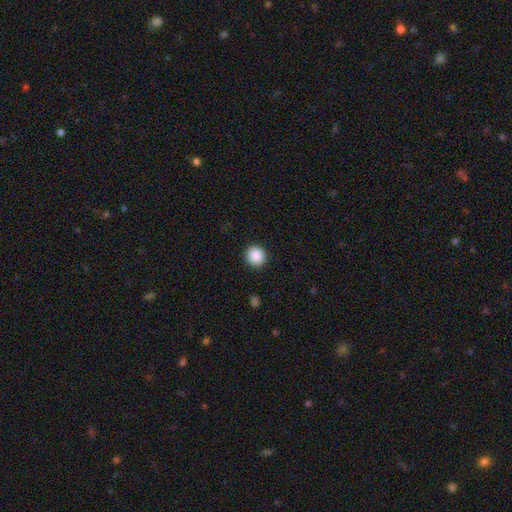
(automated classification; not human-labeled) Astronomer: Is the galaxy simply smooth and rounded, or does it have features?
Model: smooth — 88%.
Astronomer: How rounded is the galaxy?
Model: round — 93%.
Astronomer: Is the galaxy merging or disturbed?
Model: none — 93%.